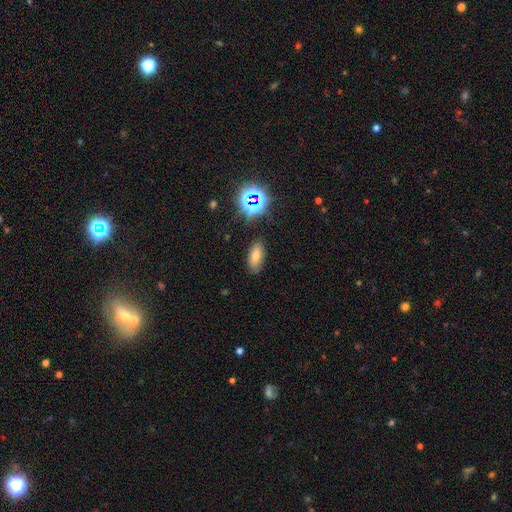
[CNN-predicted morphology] Overall: smooth (63%). How rounded: in between (84%). Merging: none (85%).